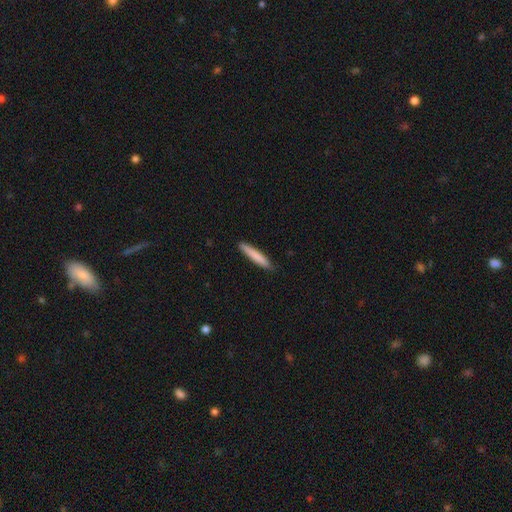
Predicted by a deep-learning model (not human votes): This appears to be a smooth galaxy with no disk features (80%) that is cigar-shaped (93%). Merging: none (87%).